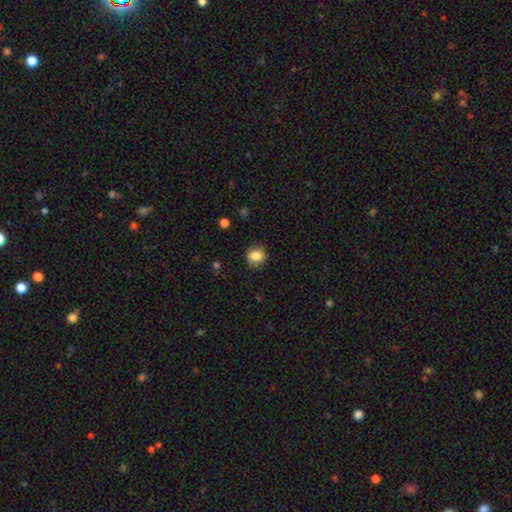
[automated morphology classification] A smooth galaxy with no disk features (85%) that is round (62%). Merging: none (82%).